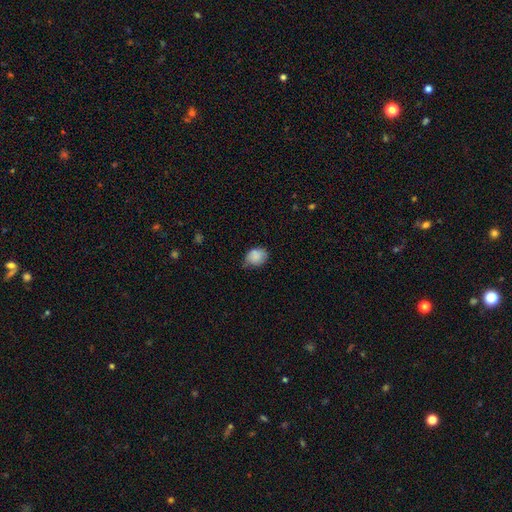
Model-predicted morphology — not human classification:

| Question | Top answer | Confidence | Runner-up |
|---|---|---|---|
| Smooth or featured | smooth | 85% | star or artifact (8%) |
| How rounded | in between | 56% | round (44%) |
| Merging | none | 52% | minor disturbance (39%) |